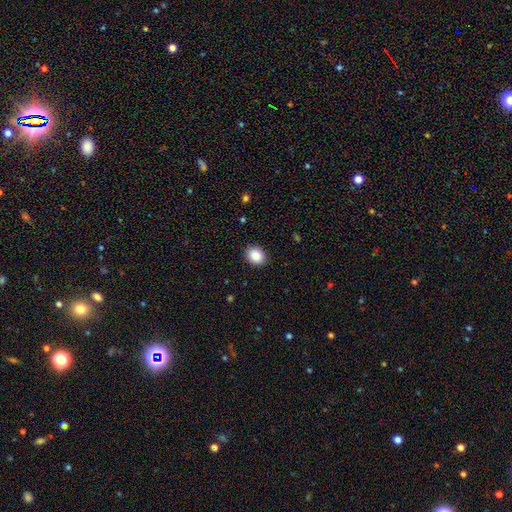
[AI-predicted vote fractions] smooth-or-featured: smooth: 87% | star or artifact: 9% | featured or disk: 5%
  how-rounded: round: 56% | in between: 43% | cigar-shaped: 1%
  merging: none: 90% | minor disturbance: 7% | major disturbance: 2% | merger: 1%